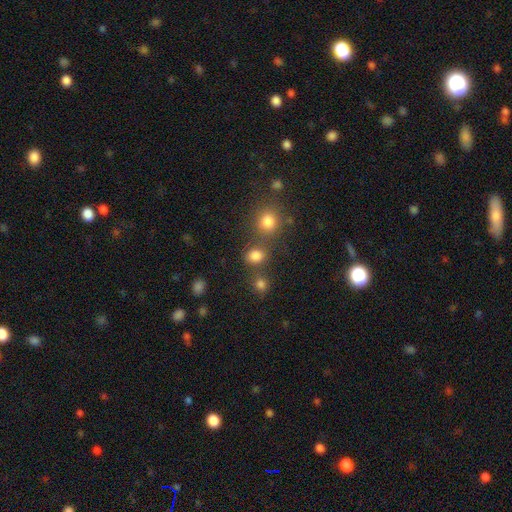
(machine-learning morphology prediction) A smooth galaxy with no disk features (80%) that is round (69%).

Vote fractions:
- Smooth or featured? smooth: 80% / star or artifact: 15% / featured or disk: 5%
- How rounded? round: 69% / in between: 30% / cigar-shaped: 1%
- Merging? none: 66% / merger: 19% / minor disturbance: 10% / major disturbance: 5%